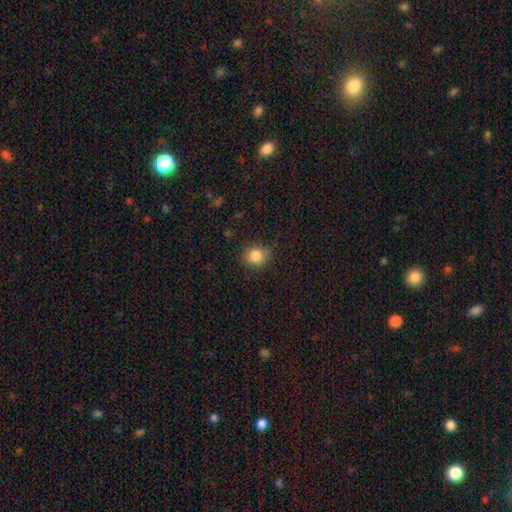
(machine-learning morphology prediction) Q: Smooth or featured?
A: smooth (84%); runner-up: star or artifact (11%)
Q: How rounded?
A: round (79%); runner-up: in between (21%)
Q: Merging?
A: none (80%); runner-up: minor disturbance (15%)